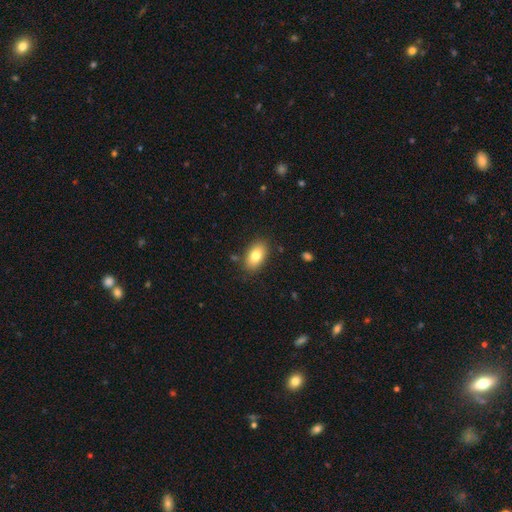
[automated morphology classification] A smooth galaxy with no disk features (79%) that is in between round and cigar-shaped (91%). Merging: none (85%).